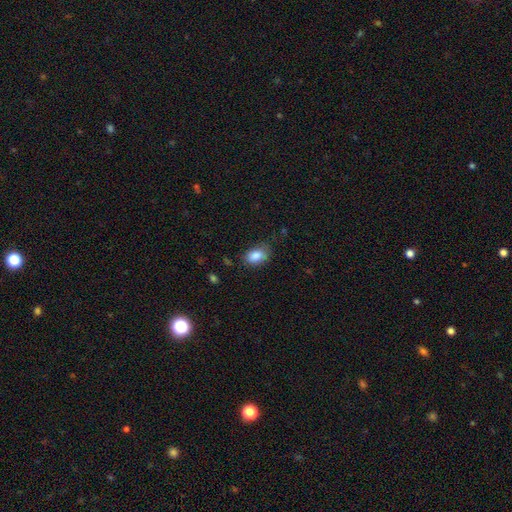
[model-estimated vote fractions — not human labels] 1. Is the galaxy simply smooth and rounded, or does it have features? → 86% smooth, 8% star or artifact, 6% featured or disk.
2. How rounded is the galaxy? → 85% in between, 14% round, 1% cigar-shaped.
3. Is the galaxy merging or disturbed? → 70% none, 23% minor disturbance, 5% major disturbance, 2% merger.